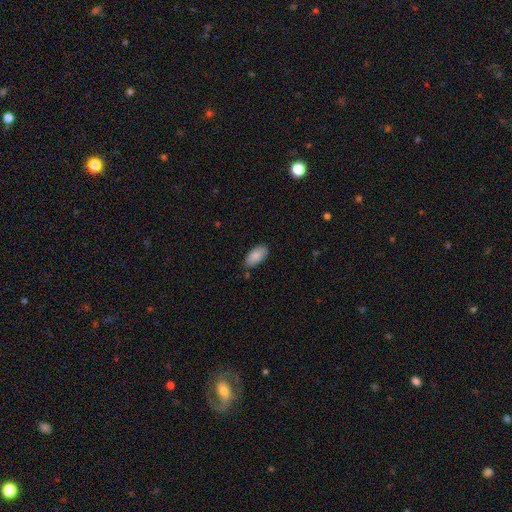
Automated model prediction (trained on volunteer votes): Smooth or featured? smooth (88%)
How rounded? in between (94%)
Merging? none (80%)